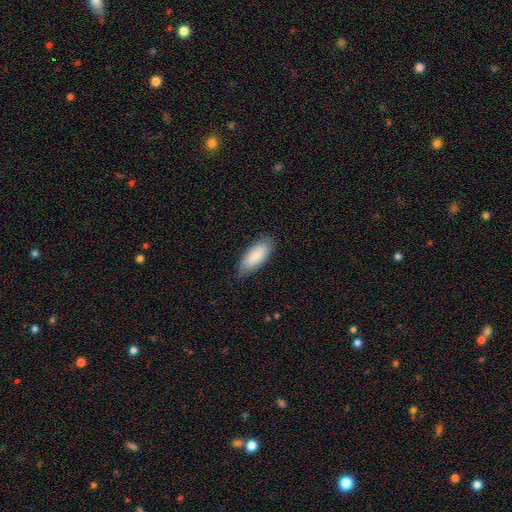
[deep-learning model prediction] A smooth galaxy with no disk features (86%) that is in between round and cigar-shaped (82%).

Vote fractions:
- Smooth or featured? smooth: 86% / featured or disk: 9% / star or artifact: 5%
- How rounded? in between: 82% / cigar-shaped: 16% / round: 2%
- Merging? none: 80% / minor disturbance: 16% / major disturbance: 3% / merger: 1%